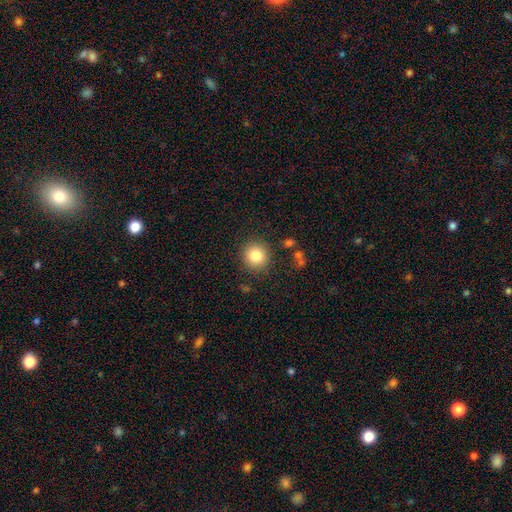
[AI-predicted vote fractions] A smooth galaxy with no disk features (83%) that is round (91%). Merging: none (87%).